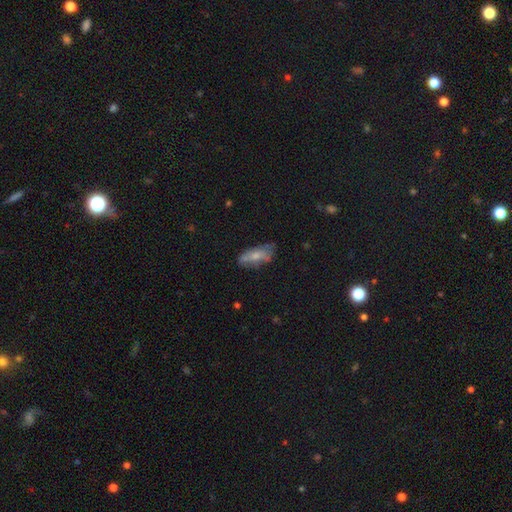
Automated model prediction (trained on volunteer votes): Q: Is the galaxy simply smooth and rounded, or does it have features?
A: smooth — 63%.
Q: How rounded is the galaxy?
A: in between — 73%.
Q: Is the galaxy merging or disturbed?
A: none — 56%.